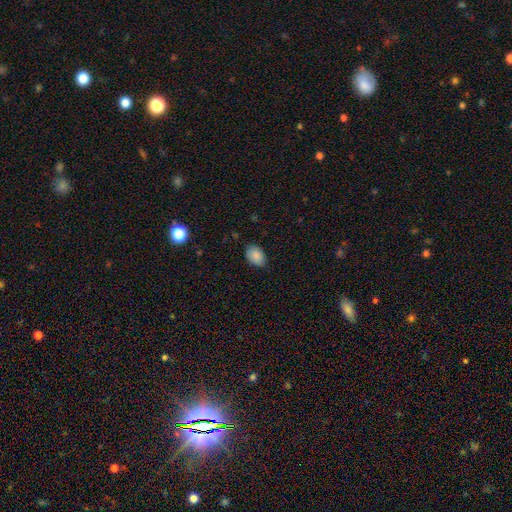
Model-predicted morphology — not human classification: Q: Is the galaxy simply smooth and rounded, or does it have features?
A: smooth — 86%.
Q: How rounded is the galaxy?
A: in between — 82%.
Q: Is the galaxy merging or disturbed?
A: none — 81%.